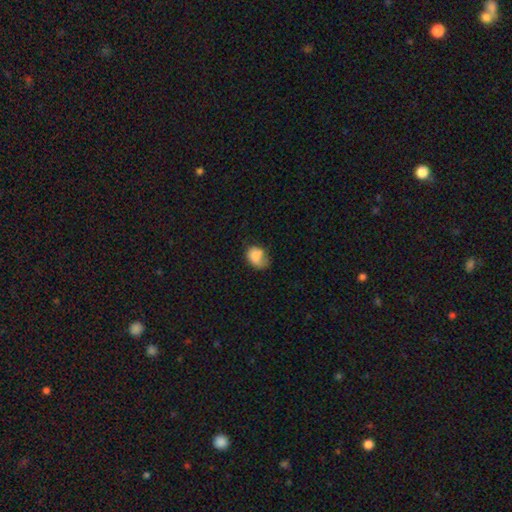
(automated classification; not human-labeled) Overall: smooth (77%). How rounded: in between (67%; round 32%). Merging: none (35%, tied with minor disturbance).